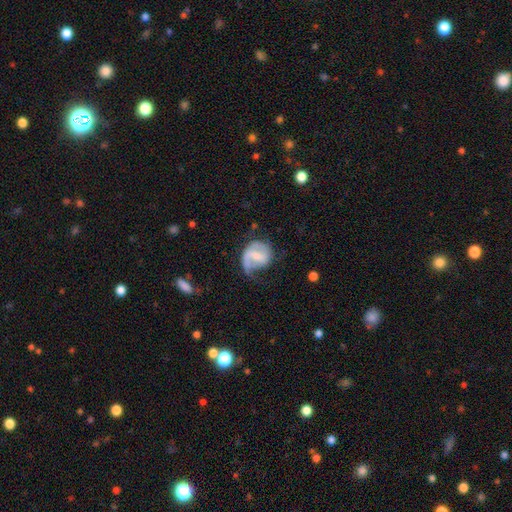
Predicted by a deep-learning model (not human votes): Smooth or featured? Predicted: featured or disk (p=0.68). Edge-on disk? Predicted: no (p=0.98). Bar? Predicted: weak (p=0.52). Spiral arms? Predicted: yes (p=0.87). Spiral winding? Predicted: medium (p=0.41). Spiral arm count? Predicted: 2 (p=0.49). Bulge size? Predicted: small (p=0.44). Merging? Predicted: none (p=0.41).